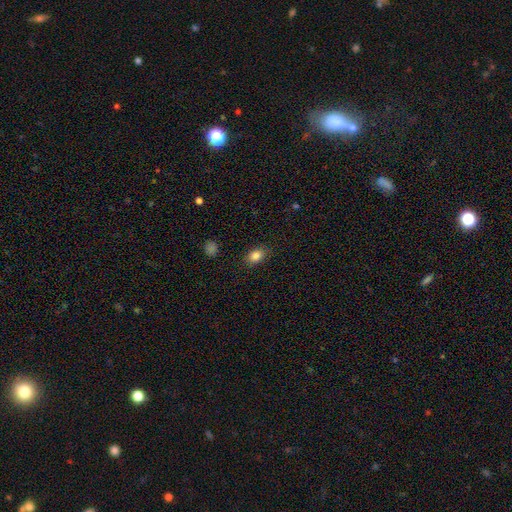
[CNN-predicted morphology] smooth_or_featured: smooth (p=0.84) [alt: star or artifact p=0.09]
how_rounded: in between (p=0.77) [alt: round p=0.22]
merging: none (p=0.86) [alt: minor disturbance p=0.11]